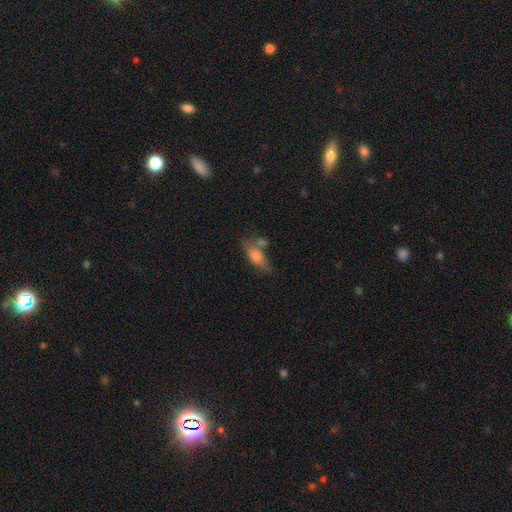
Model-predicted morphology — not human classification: A smooth galaxy with no disk features (65%) that is in between round and cigar-shaped (71%). Merging: none (45%).